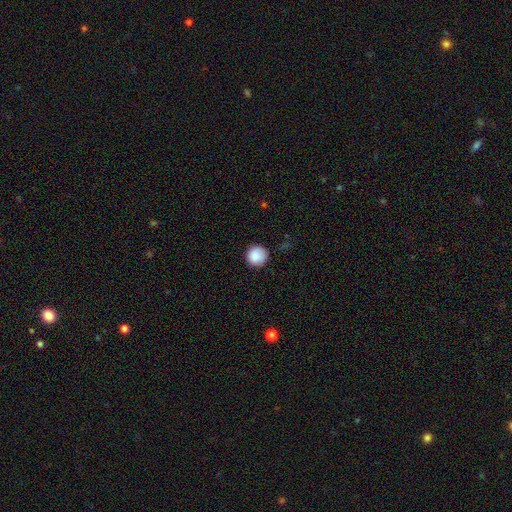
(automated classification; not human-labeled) The model was most divided on "merging": none: 88%, minor disturbance: 9%, major disturbance: 2%, merger: 1%. More confident: how rounded — round (95%); smooth or featured — smooth (89%).